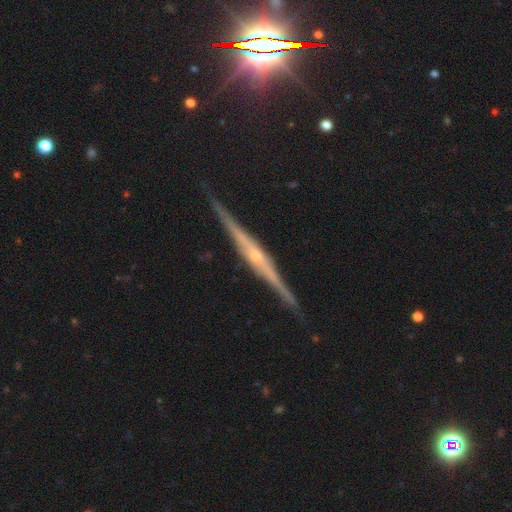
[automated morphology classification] Smooth or featured? Predicted: featured or disk (p=0.85). Edge-on disk? Predicted: yes (p=0.98). Edge-on bulge? Predicted: rounded (p=0.69). Merging? Predicted: none (p=0.89).